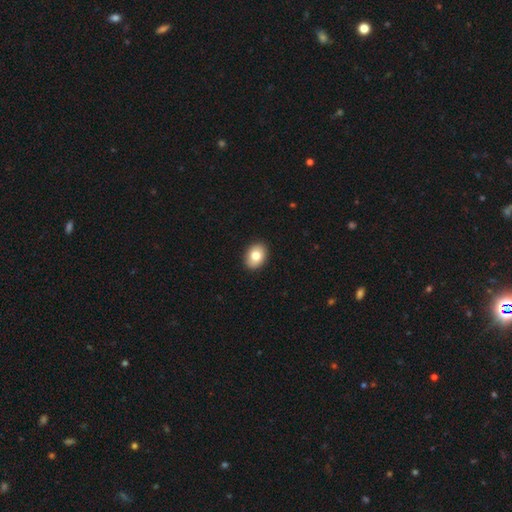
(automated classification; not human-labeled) Smooth or featured?
  - smooth: 81% *
  - featured or disk: 11%
  - star or artifact: 8%
How rounded?
  - in between: 71% *
  - round: 28%
  - cigar-shaped: 1%
Merging?
  - none: 90% *
  - minor disturbance: 7%
  - major disturbance: 2%
  - merger: 1%